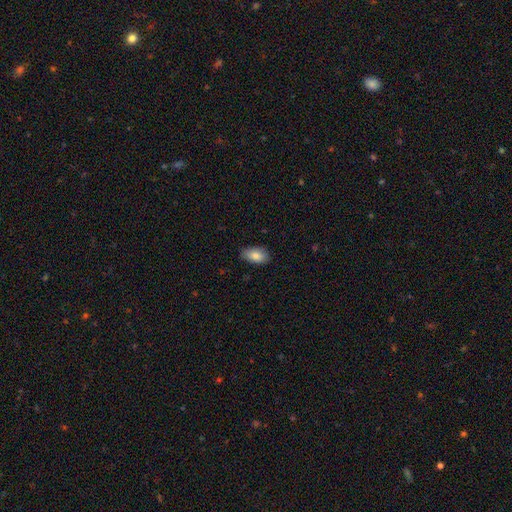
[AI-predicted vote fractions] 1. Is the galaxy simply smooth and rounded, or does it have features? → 84% smooth, 9% featured or disk, 7% star or artifact.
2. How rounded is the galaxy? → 93% in between, 5% round, 2% cigar-shaped.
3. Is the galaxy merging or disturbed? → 83% none, 14% minor disturbance, 2% major disturbance, 1% merger.